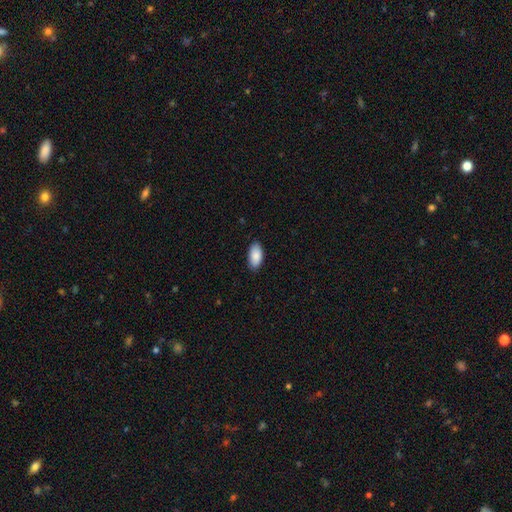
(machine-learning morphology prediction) This appears to be a smooth galaxy with no disk features (89%) that is in between round and cigar-shaped (94%). Merging: none (86%).